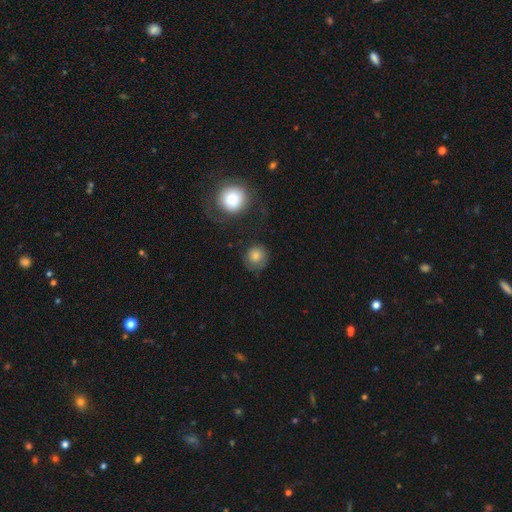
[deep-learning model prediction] The model was most divided on "merging": none: 67%, minor disturbance: 18%, major disturbance: 11%, merger: 4%. More confident: how rounded — round (89%); smooth or featured — smooth (76%).